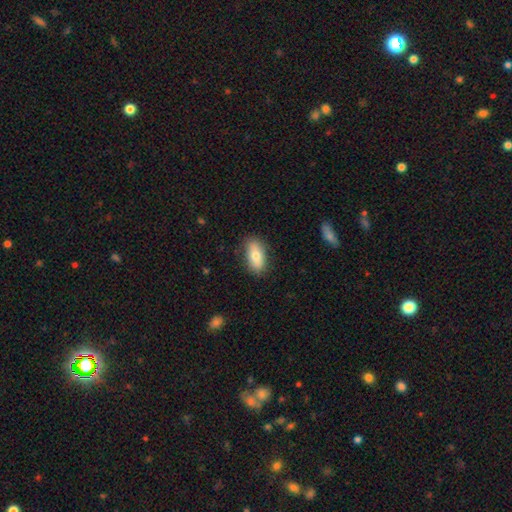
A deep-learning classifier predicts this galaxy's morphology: smooth 74%, featured or disk 19%, star or artifact 7%. Down the decision tree: how rounded — in between (88%); merging — none (84%).